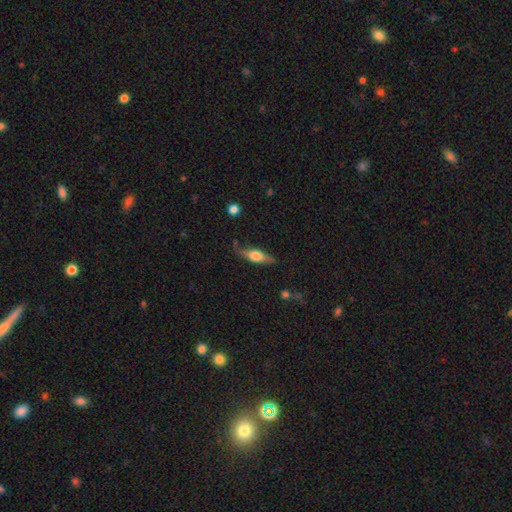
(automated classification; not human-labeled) Smooth or featured? featured or disk (50%)
Edge-on disk? yes (88%)
Merging? none (74%)